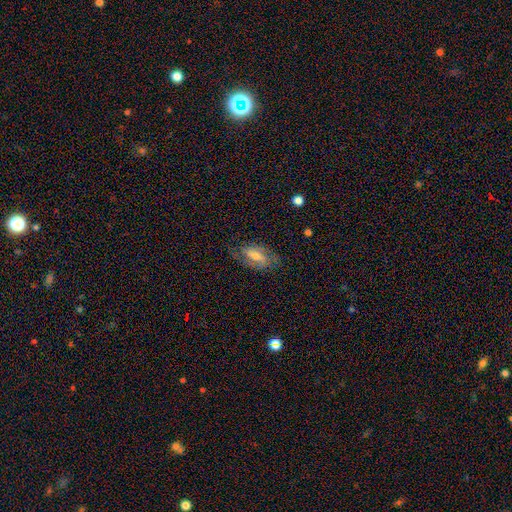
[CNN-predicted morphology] Overall: featured or disk (66%). Edge-on disk: no (92%). Bar: weak (46%; strong 33%). Spiral arms: yes (87%). Spiral arm count: 2 (80%). Spiral winding: medium (45%; tight 30%). Bulge size: moderate (50%; small 34%). Merging: none (75%).